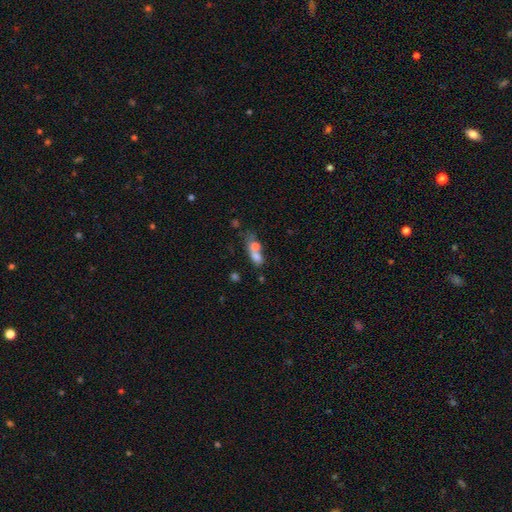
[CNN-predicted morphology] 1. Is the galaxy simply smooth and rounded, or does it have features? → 66% smooth, 23% featured or disk, 10% star or artifact.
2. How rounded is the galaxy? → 56% in between, 31% round, 13% cigar-shaped.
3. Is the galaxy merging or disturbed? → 65% merger, 21% none, 8% minor disturbance, 6% major disturbance.